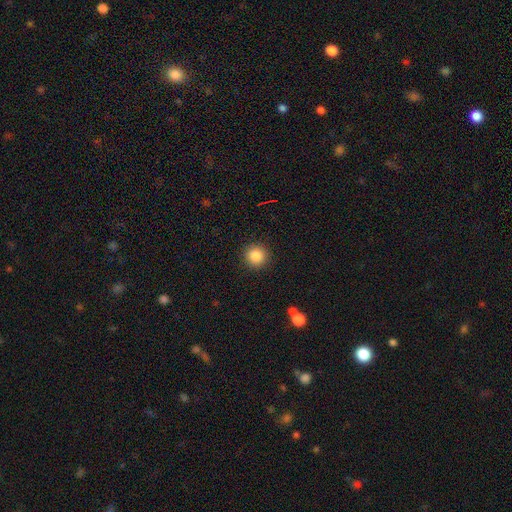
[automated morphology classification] smooth-or-featured: smooth: 86% | star or artifact: 10% | featured or disk: 4%
  how-rounded: round: 94% | in between: 5% | cigar-shaped: 1%
  merging: none: 91% | minor disturbance: 6% | major disturbance: 2% | merger: 1%